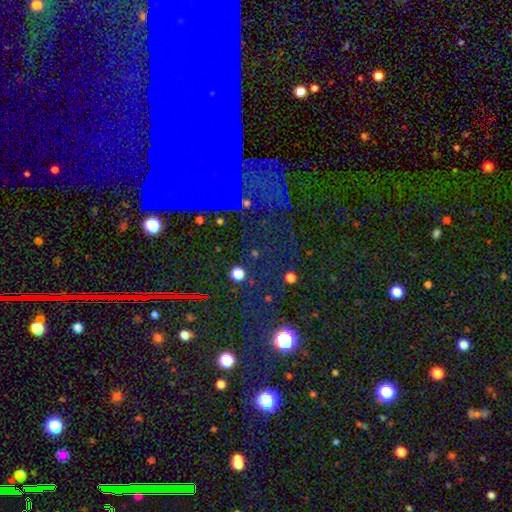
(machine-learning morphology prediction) Overall: star or artifact (59%; featured or disk 26%).